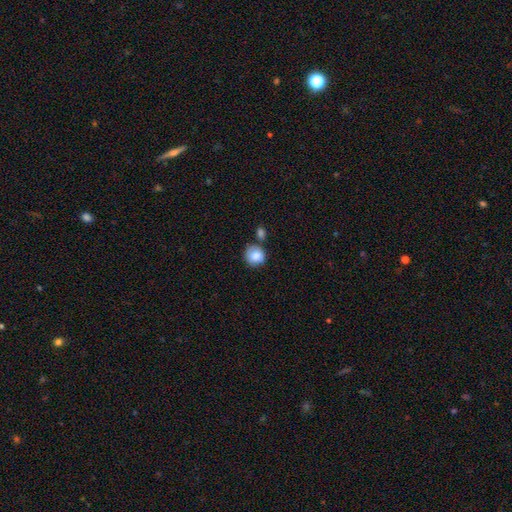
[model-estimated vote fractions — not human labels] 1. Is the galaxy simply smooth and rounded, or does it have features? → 84% smooth, 8% star or artifact, 8% featured or disk.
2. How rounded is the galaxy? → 89% round, 10% in between, 1% cigar-shaped.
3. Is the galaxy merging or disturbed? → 62% none, 17% minor disturbance, 16% merger, 5% major disturbance.